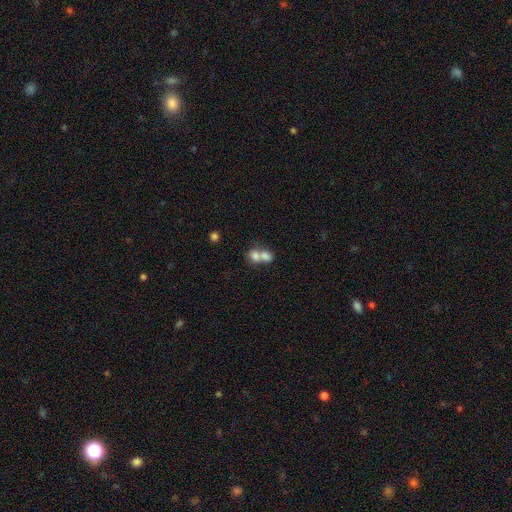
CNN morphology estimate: Overall: smooth (75%). How rounded: round (51%; in between 48%). Merging: merger (73%).